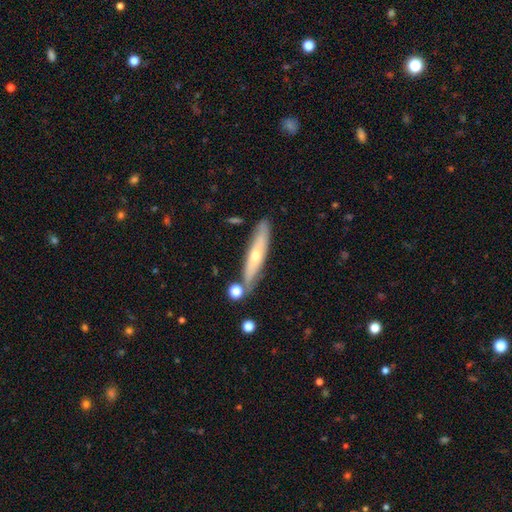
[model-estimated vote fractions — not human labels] smooth_or_featured: featured or disk (p=0.51) [alt: smooth p=0.42]
disk_edge_on: yes (p=0.72) [alt: no p=0.28]
merging: none (p=0.77) [alt: minor disturbance p=0.14]